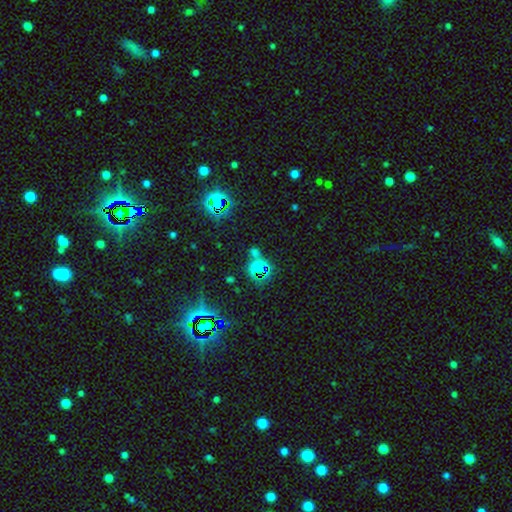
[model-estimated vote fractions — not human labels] star or artifact 63%, smooth 29%, featured or disk 8%.